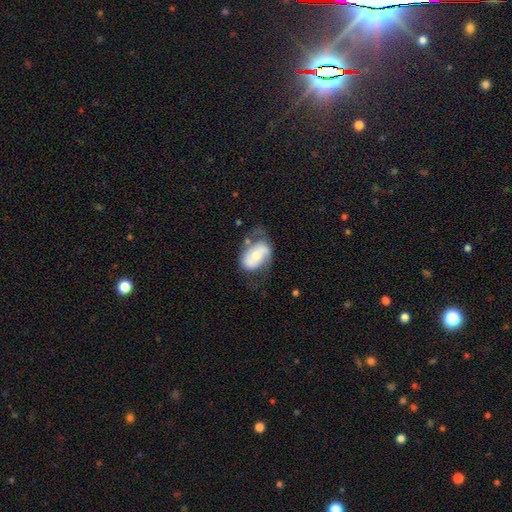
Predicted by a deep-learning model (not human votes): This is possibly a featured or disk galaxy (51%). It is clearly not viewed edge-on (95%). Merging: marginally none (45%).